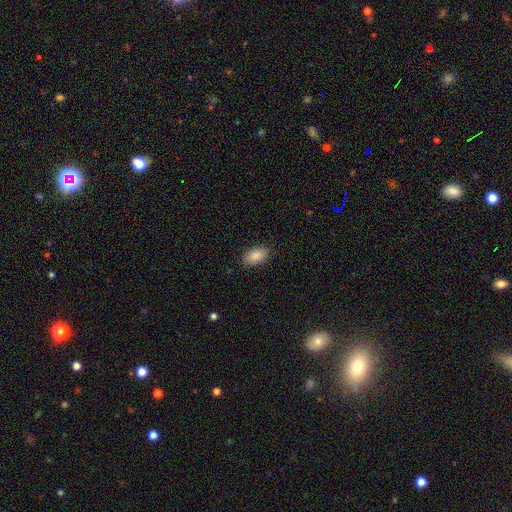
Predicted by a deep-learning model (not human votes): A smooth galaxy with no disk features (88%) that is in between round and cigar-shaped (93%).

Vote fractions:
- Smooth or featured? smooth: 88% / star or artifact: 7% / featured or disk: 4%
- How rounded? in between: 93% / round: 5% / cigar-shaped: 2%
- Merging? none: 86% / minor disturbance: 10% / major disturbance: 2% / merger: 1%